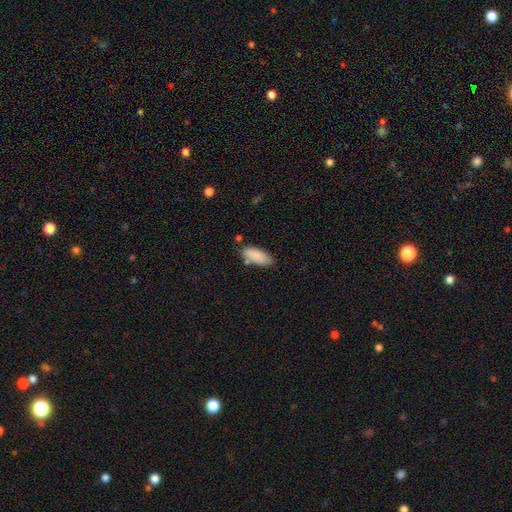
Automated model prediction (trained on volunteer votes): This is clearly a smooth galaxy (88%). How rounded: clearly in between (84%). Merging: likely none (73%).